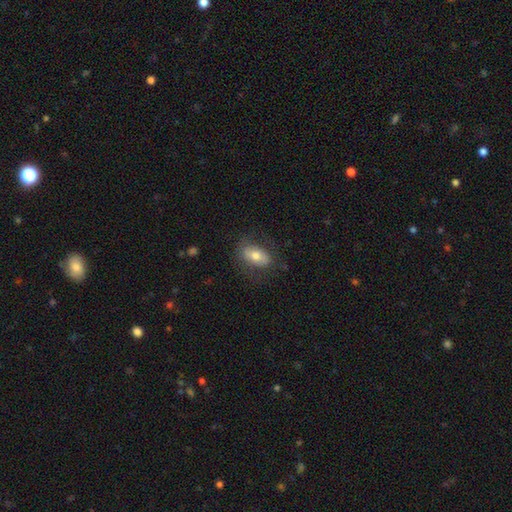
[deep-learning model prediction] smooth 65%, featured or disk 27%, star or artifact 7%. Down the decision tree: how rounded — in between (89%); merging — none (76%).